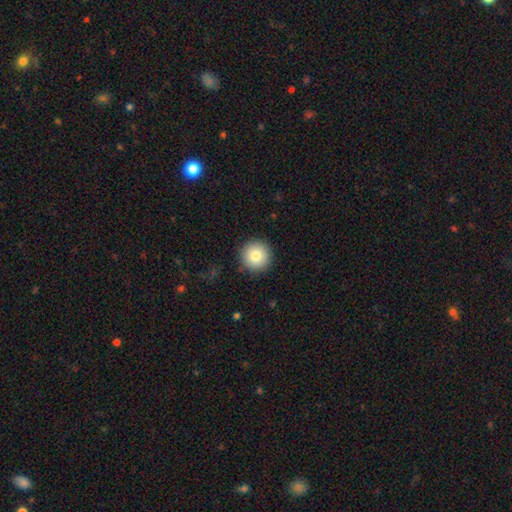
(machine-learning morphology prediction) Smooth or featured?
  - smooth: 83% *
  - star or artifact: 9%
  - featured or disk: 8%
How rounded?
  - round: 96% *
  - in between: 3%
  - cigar-shaped: 1%
Merging?
  - none: 92% *
  - minor disturbance: 6%
  - major disturbance: 2%
  - merger: 1%